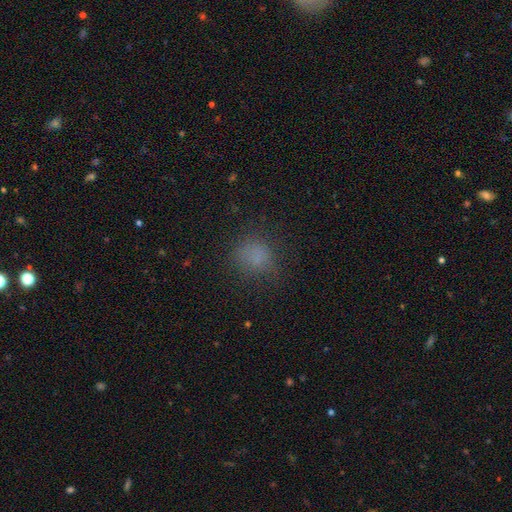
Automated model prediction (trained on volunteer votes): Smooth or featured?
  - smooth: 72% *
  - star or artifact: 19%
  - featured or disk: 8%
How rounded?
  - round: 73% *
  - in between: 26%
  - cigar-shaped: 1%
Merging?
  - none: 70% *
  - minor disturbance: 18%
  - major disturbance: 10%
  - merger: 2%